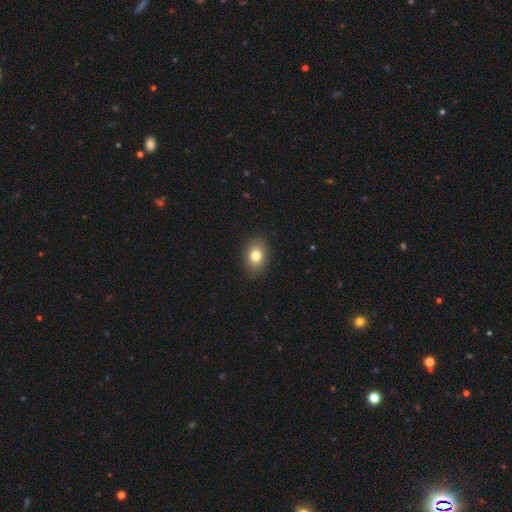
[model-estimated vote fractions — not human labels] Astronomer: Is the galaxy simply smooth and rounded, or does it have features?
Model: smooth — 80%.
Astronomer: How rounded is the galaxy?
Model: in between — 70%.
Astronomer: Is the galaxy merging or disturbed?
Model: none — 88%.